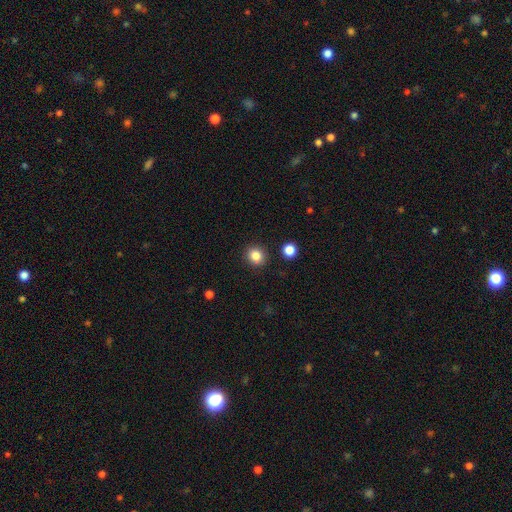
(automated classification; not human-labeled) Morphology: type=smooth (84%); roundness=round (78%); merging=none (90%).